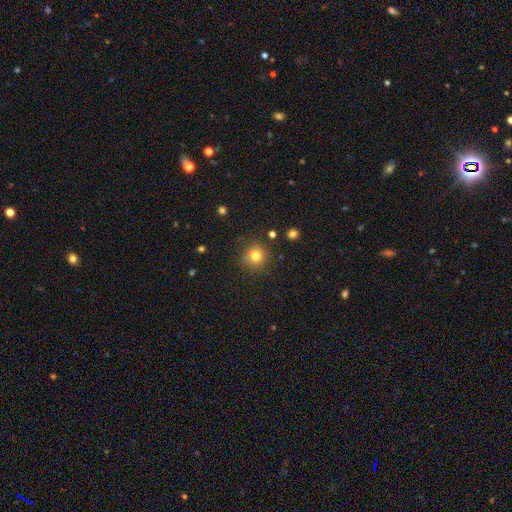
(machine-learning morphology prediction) Overall: smooth (78%). How rounded: round (91%). Merging: none (82%).